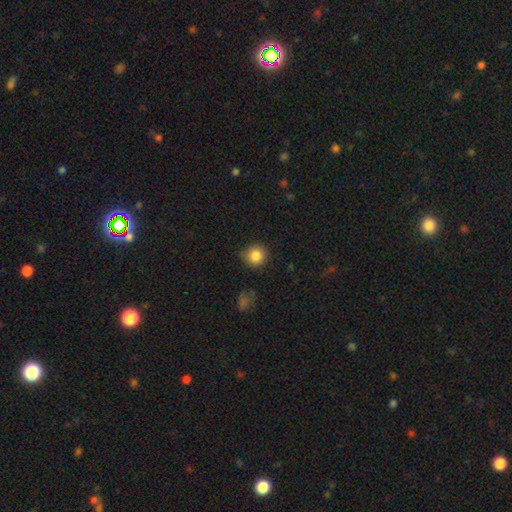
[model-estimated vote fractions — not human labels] Overall: smooth (85%). How rounded: round (93%). Merging: none (87%).